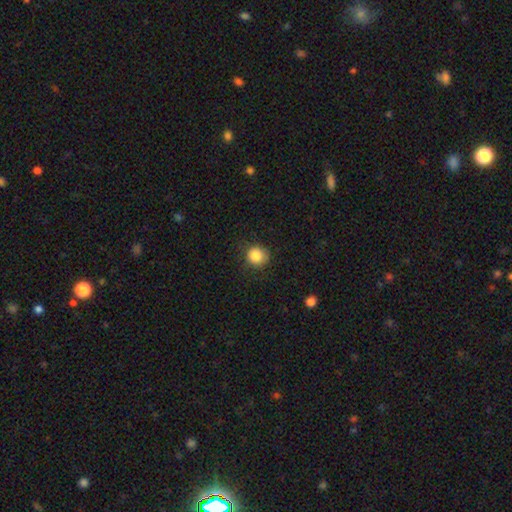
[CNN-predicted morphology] Smooth or featured? smooth (85%)
How rounded? round (89%)
Merging? none (81%)